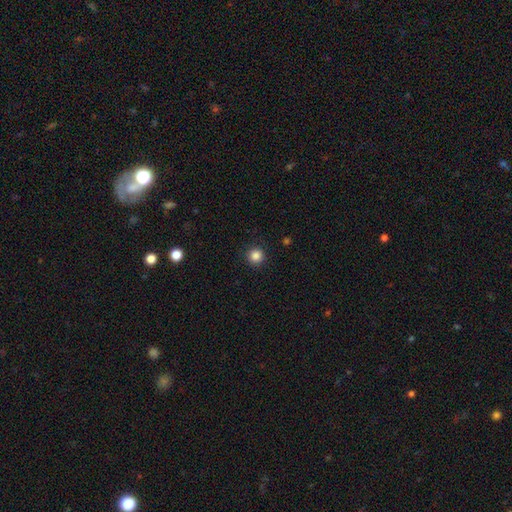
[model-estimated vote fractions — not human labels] Morphology: type=smooth (85%); roundness=round (95%); merging=none (92%).